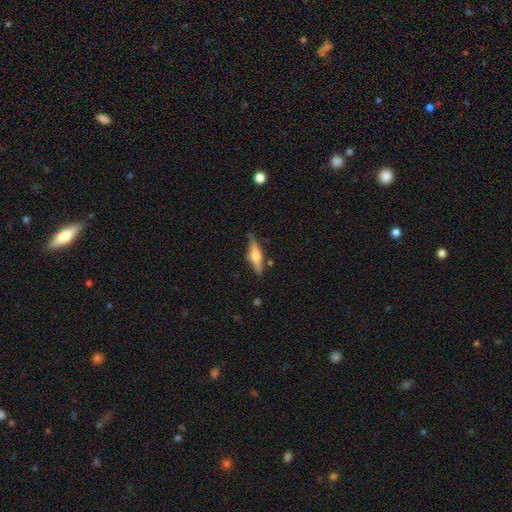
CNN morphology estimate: This appears to be a featured or disk galaxy (59%) viewed edge-on (95%) with a rounded central bulge (88%). Merging: none (81%).